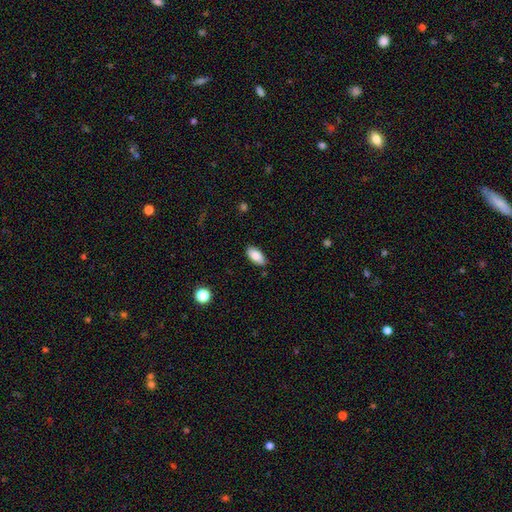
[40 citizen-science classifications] Smooth or featured: smooth — 90% (star or artifact — 8%)
How rounded: in between — 94% (round — 6%)
Merging: none — 95% (minor disturbance — 3%)